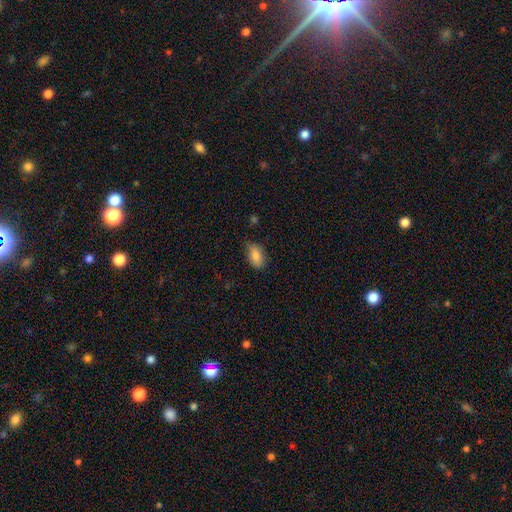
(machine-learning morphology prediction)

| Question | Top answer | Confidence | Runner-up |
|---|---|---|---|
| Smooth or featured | smooth | 85% | star or artifact (8%) |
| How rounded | in between | 89% | round (8%) |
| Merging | none | 72% | minor disturbance (22%) |